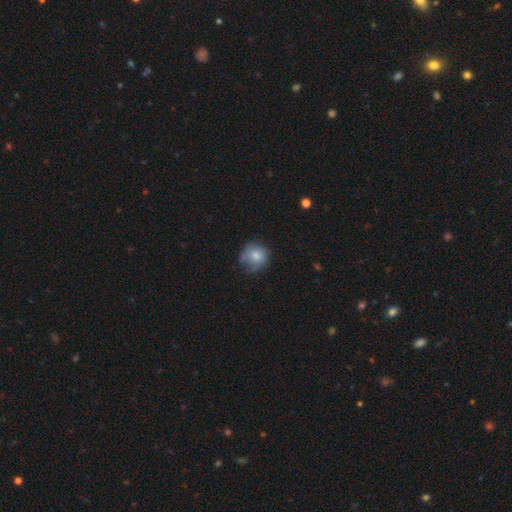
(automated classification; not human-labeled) smooth_or_featured: smooth (p=0.70) [alt: featured or disk p=0.21]
how_rounded: round (p=0.84) [alt: in between p=0.15]
merging: none (p=0.58) [alt: minor disturbance p=0.29]